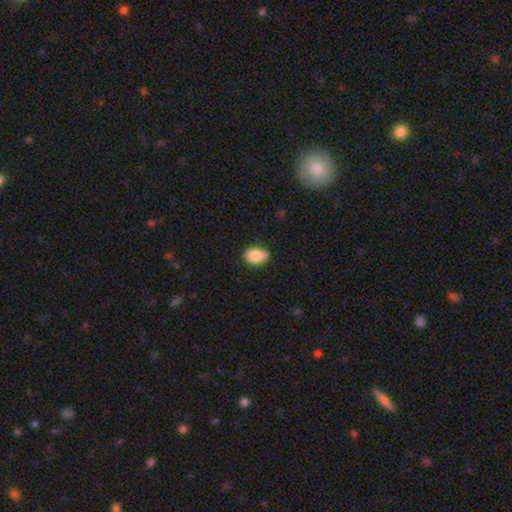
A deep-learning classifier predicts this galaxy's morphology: A smooth galaxy with no disk features (86%) that is in between round and cigar-shaped (66%).

Vote fractions:
- Smooth or featured? smooth: 86% / star or artifact: 8% / featured or disk: 6%
- How rounded? in between: 66% / round: 33% / cigar-shaped: 1%
- Merging? none: 67% / minor disturbance: 26% / major disturbance: 4% / merger: 4%